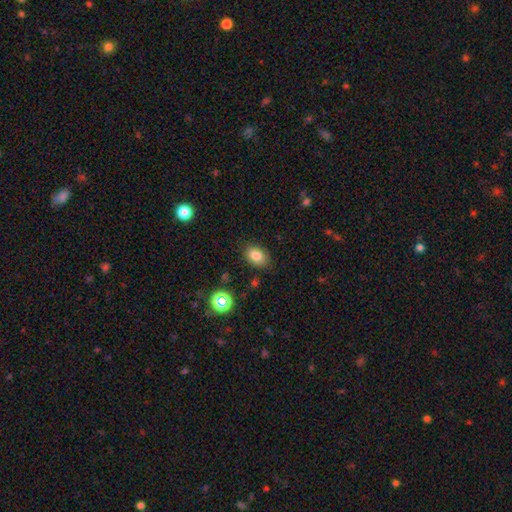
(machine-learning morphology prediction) type=smooth (81%); roundness=in between (79%); merging=none (85%).